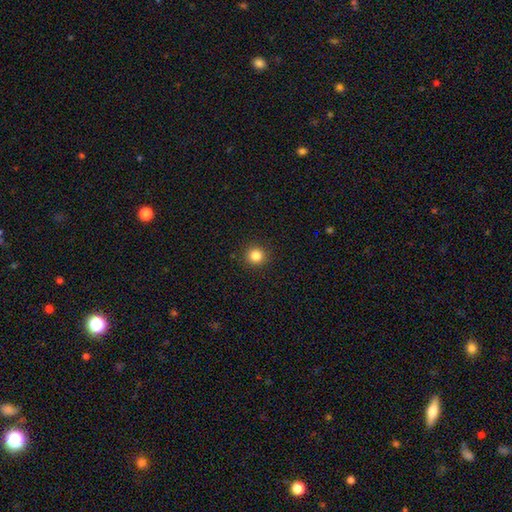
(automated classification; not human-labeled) Q: Smooth or featured?
A: smooth (83%); runner-up: star or artifact (12%)
Q: How rounded?
A: round (94%); runner-up: in between (5%)
Q: Merging?
A: none (92%); runner-up: minor disturbance (5%)